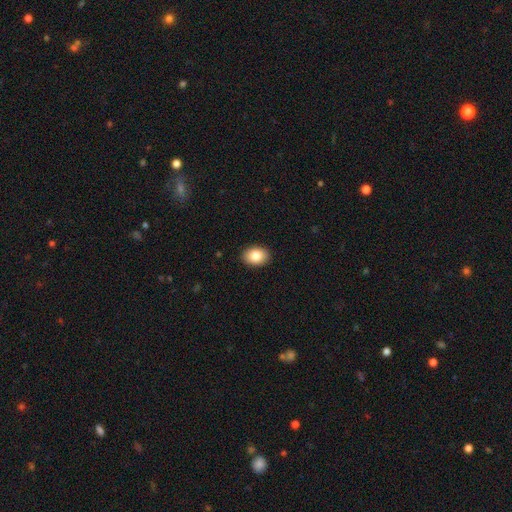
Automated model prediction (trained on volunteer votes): Smooth or featured? smooth (84%)
How rounded? in between (74%)
Merging? none (91%)